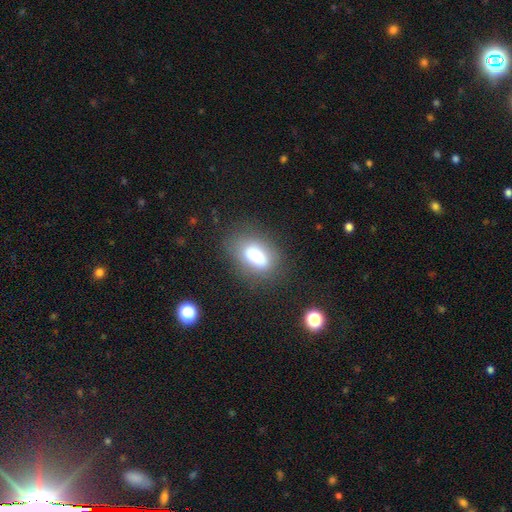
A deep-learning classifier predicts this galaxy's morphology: type=smooth (75%); roundness=in between (86%); merging=none (73%).